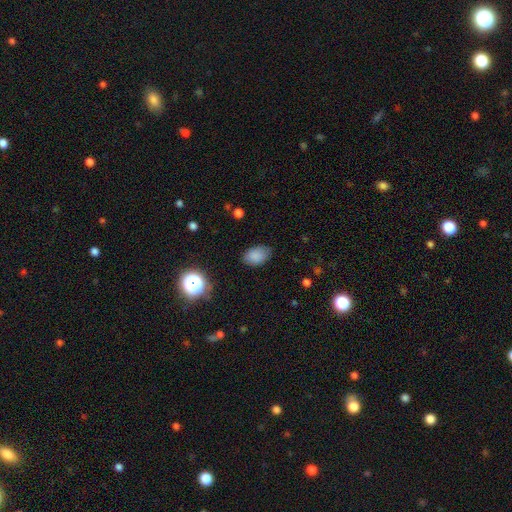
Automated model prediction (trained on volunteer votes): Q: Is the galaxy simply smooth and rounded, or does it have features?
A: smooth — 83%.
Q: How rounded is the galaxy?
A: in between — 85%.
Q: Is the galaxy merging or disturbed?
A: none — 78%.